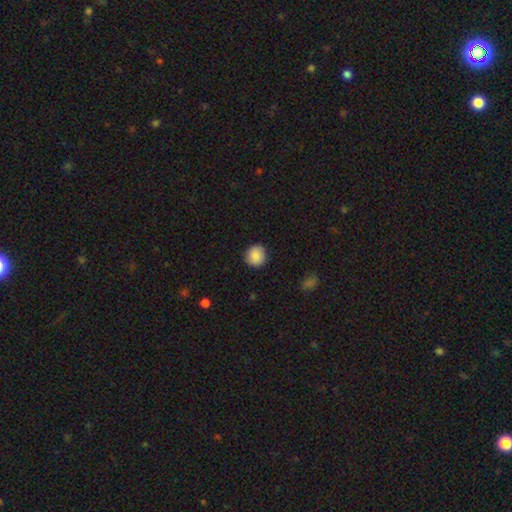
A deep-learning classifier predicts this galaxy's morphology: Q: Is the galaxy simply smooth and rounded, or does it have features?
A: smooth — 88%.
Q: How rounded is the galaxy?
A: round — 92%.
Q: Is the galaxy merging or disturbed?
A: none — 90%.